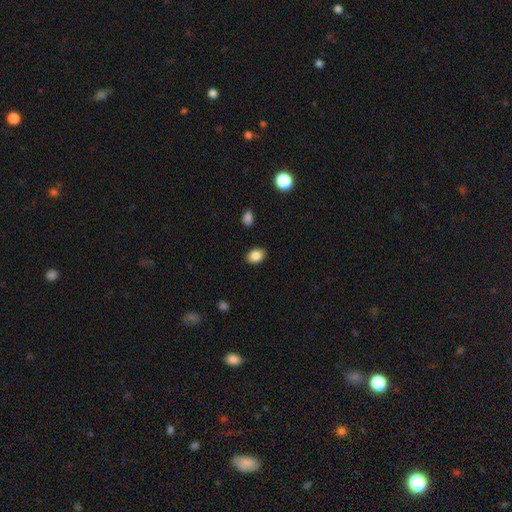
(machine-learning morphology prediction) The model was most divided on "how rounded": in between: 68%, round: 31%, cigar-shaped: 1%. More confident: merging — none (88%); smooth or featured — smooth (86%).